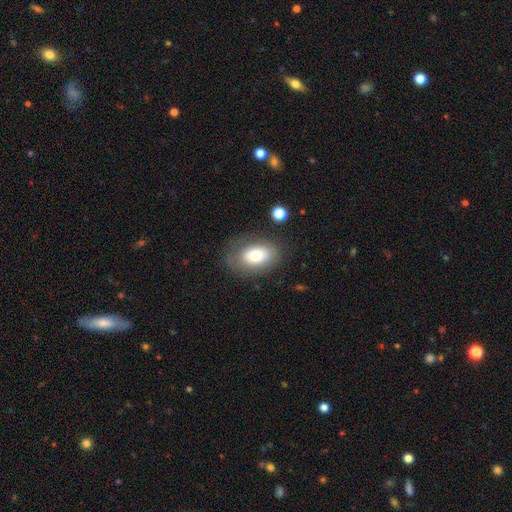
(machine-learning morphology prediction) smooth_or_featured: smooth (p=0.73) [alt: featured or disk p=0.19]
how_rounded: in between (p=0.85) [alt: round p=0.14]
merging: none (p=0.74) [alt: minor disturbance p=0.16]